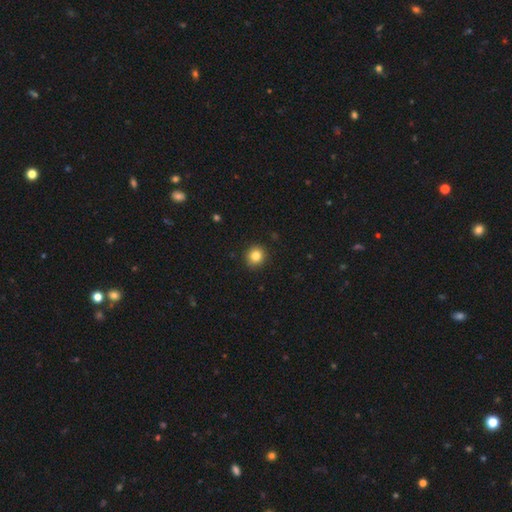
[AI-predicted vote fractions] Smooth or featured?
  - smooth: 83% *
  - star or artifact: 11%
  - featured or disk: 6%
How rounded?
  - round: 87% *
  - in between: 12%
  - cigar-shaped: 1%
Merging?
  - none: 91% *
  - minor disturbance: 6%
  - major disturbance: 2%
  - merger: 1%